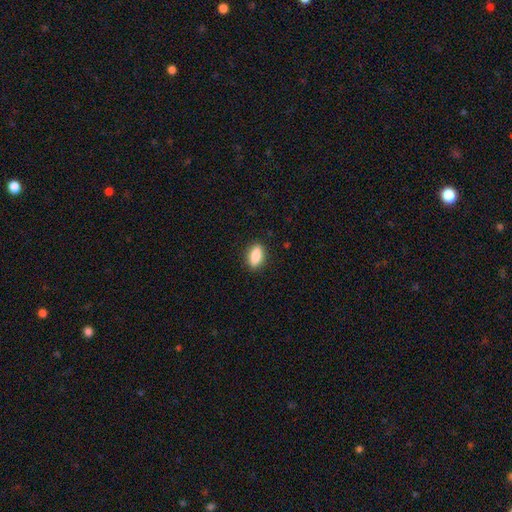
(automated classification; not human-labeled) Smooth or featured? Predicted: smooth (p=0.85). How rounded? Predicted: in between (p=0.83). Merging? Predicted: none (p=0.88).